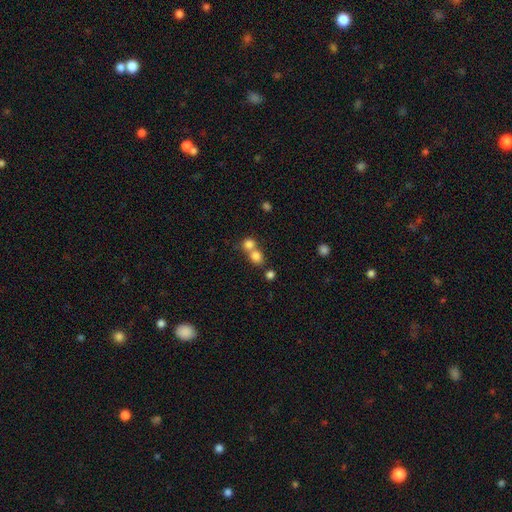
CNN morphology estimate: This appears to be a smooth galaxy with no disk features (78%) that is round (76%). Merging: merger (52%).